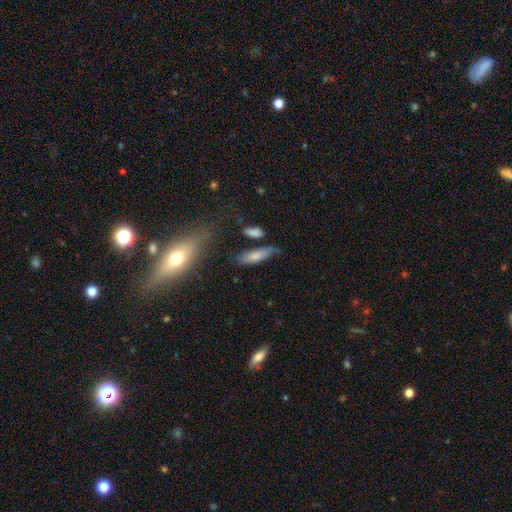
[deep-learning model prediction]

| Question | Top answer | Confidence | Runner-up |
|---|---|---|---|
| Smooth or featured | smooth | 71% | featured or disk (21%) |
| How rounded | cigar-shaped | 52% | in between (46%) |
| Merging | none | 56% | minor disturbance (26%) |